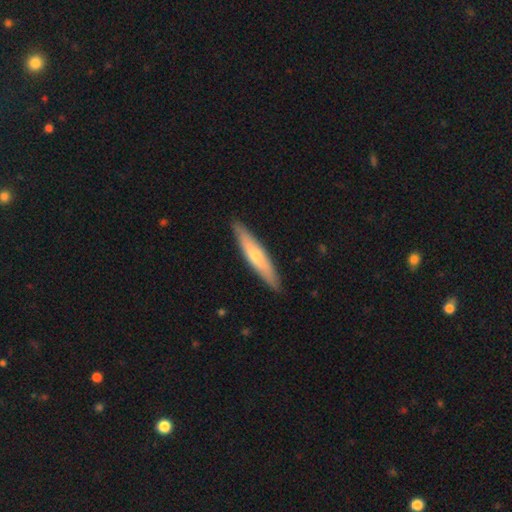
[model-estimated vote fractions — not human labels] smooth 51%, featured or disk 44%, star or artifact 5%. Down the decision tree: how rounded — cigar-shaped (88%); merging — none (90%).